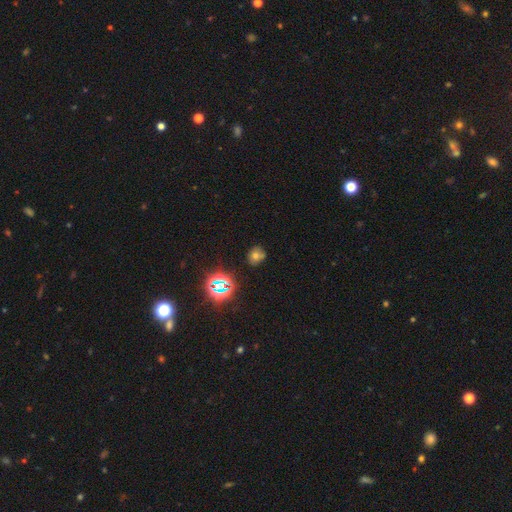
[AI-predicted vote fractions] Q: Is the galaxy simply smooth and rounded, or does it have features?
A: smooth — 54%.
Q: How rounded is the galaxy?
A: round — 73%.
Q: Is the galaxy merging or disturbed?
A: none — 73%.